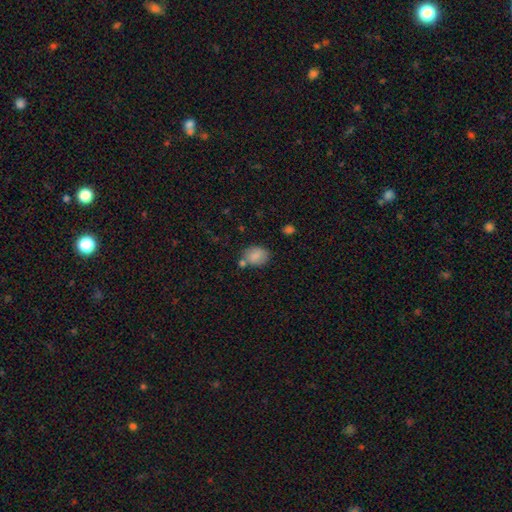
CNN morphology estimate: Smooth or featured: smooth — 85% (star or artifact — 8%)
How rounded: in between — 54% (round — 45%)
Merging: none — 65% (minor disturbance — 17%)